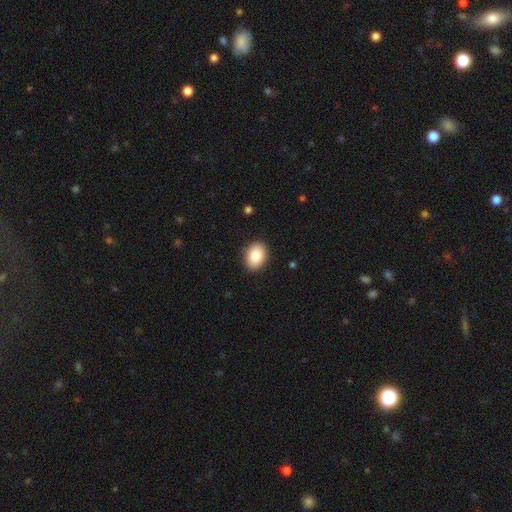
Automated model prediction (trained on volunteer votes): Morphology: type=smooth (85%); roundness=in between (67%); merging=none (89%).